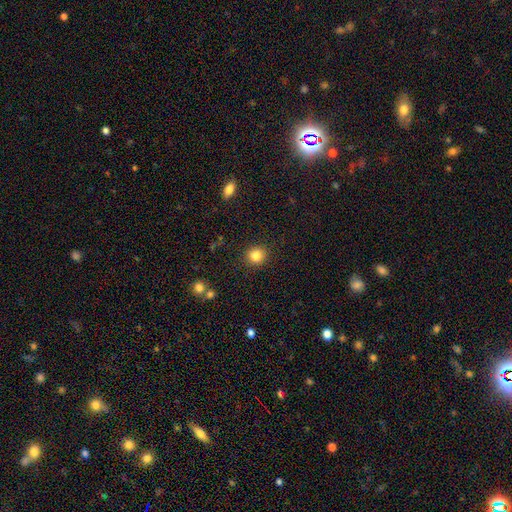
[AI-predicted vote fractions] Q: Smooth or featured?
A: smooth (85%); runner-up: star or artifact (11%)
Q: How rounded?
A: round (85%); runner-up: in between (14%)
Q: Merging?
A: none (88%); runner-up: minor disturbance (7%)